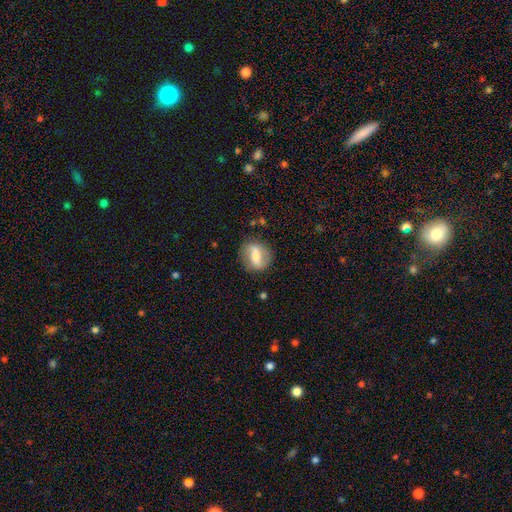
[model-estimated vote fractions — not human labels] This is possibly a featured or disk galaxy (57%). It is clearly not viewed edge-on (92%). Bar: possibly strong (55%). Spiral arm pattern: likely yes (69%). Central bulge: possibly moderate (45%). Merging: likely none (78%).